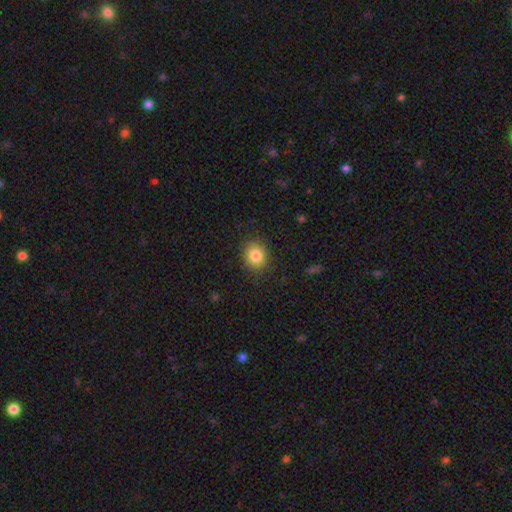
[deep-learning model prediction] A smooth galaxy with no disk features (84%) that is round (65%). Merging: none (88%).